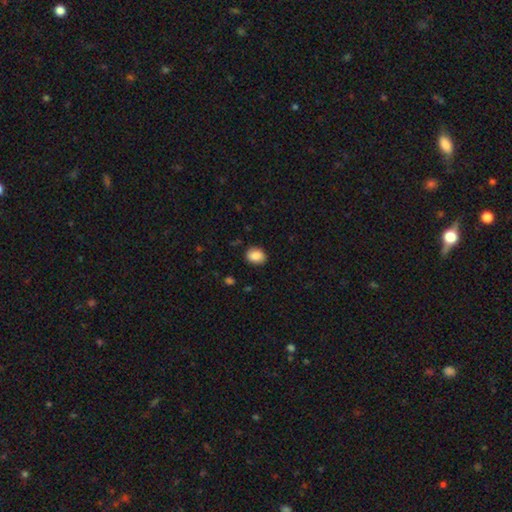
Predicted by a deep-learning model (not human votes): smooth 86%, star or artifact 8%, featured or disk 6%. Down the decision tree: how rounded — in between (57%); merging — none (84%).